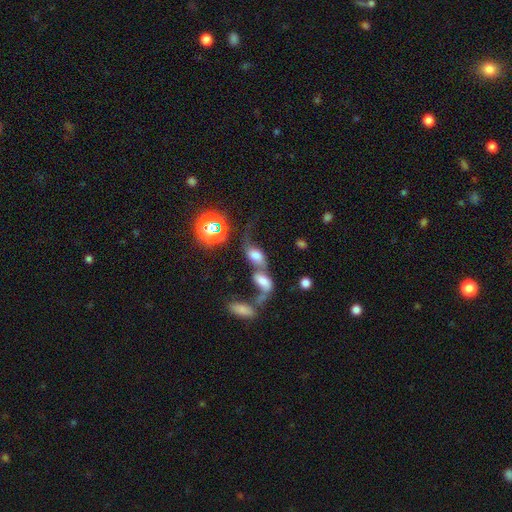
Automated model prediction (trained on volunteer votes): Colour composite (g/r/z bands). It shows a smooth galaxy with no disk features (52%) that is in between round and cigar-shaped (82%). Merging: merger (66%).